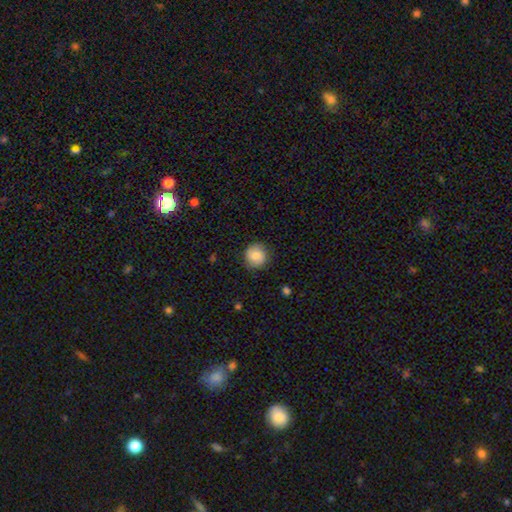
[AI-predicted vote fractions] A smooth galaxy with no disk features (83%) that is round (90%).

Vote fractions:
- Smooth or featured? smooth: 83% / featured or disk: 9% / star or artifact: 7%
- How rounded? round: 90% / in between: 9% / cigar-shaped: 1%
- Merging? none: 84% / minor disturbance: 11% / major disturbance: 3% / merger: 1%